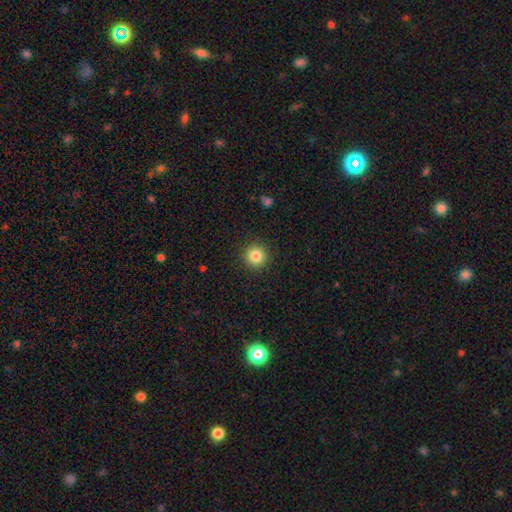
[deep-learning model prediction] smooth_or_featured: smooth (p=0.84) [alt: star or artifact p=0.11]
how_rounded: round (p=0.95) [alt: in between p=0.04]
merging: none (p=0.92) [alt: minor disturbance p=0.05]